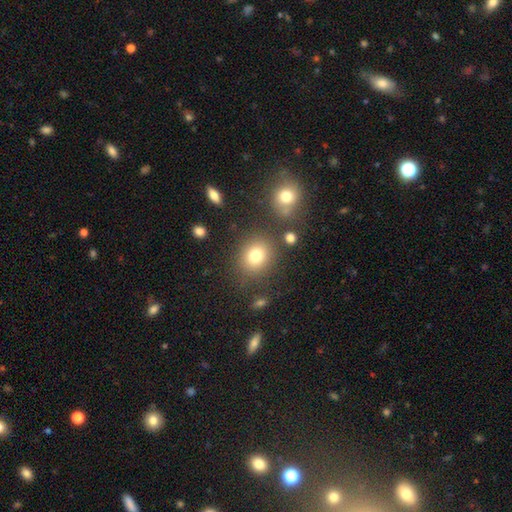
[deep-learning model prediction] Q: Smooth or featured?
A: smooth (78%); runner-up: star or artifact (13%)
Q: How rounded?
A: round (75%); runner-up: in between (24%)
Q: Merging?
A: none (79%); runner-up: minor disturbance (10%)